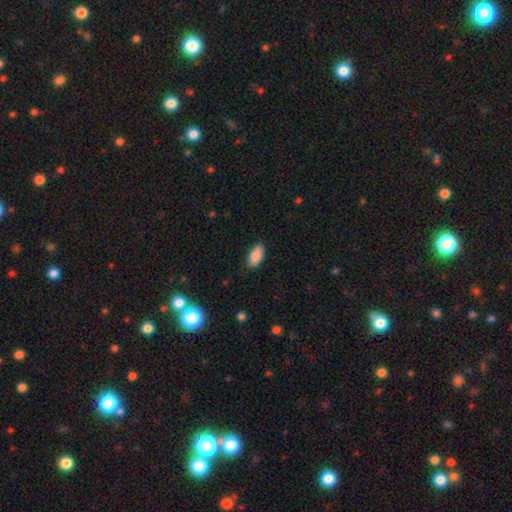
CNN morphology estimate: Overall: smooth (87%). How rounded: in between (89%). Merging: none (84%).